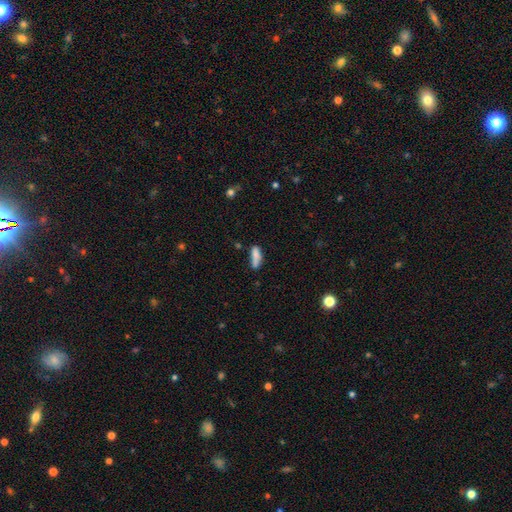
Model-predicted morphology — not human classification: Q: Smooth or featured?
A: smooth (77%); runner-up: featured or disk (14%)
Q: How rounded?
A: in between (50%); runner-up: cigar-shaped (47%)
Q: Merging?
A: none (46%); runner-up: minor disturbance (27%)